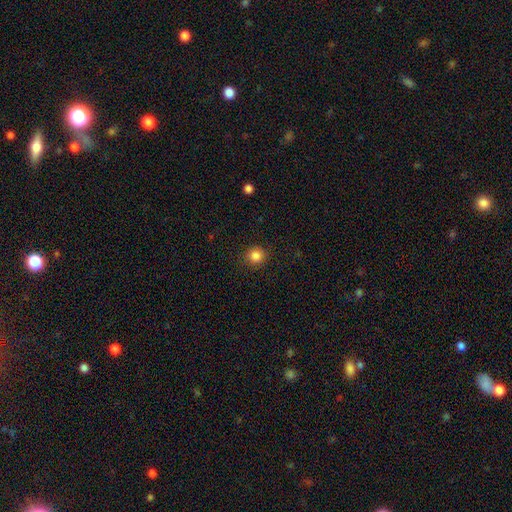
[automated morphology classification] This appears to be a smooth galaxy with no disk features (85%) that is round (91%). Merging: none (90%).